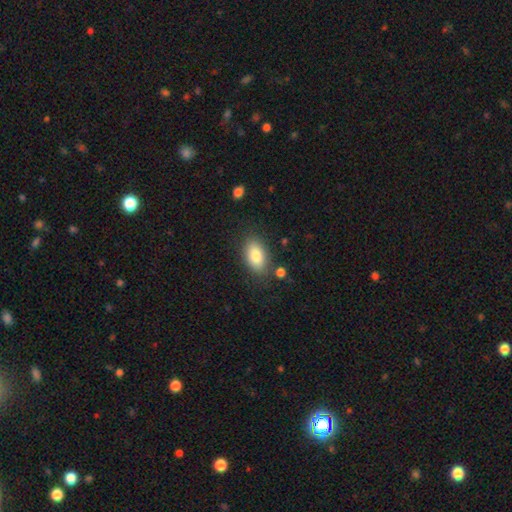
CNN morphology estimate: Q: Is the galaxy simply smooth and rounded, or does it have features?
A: smooth — 82%.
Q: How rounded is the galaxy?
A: in between — 91%.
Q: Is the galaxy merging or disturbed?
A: none — 81%.